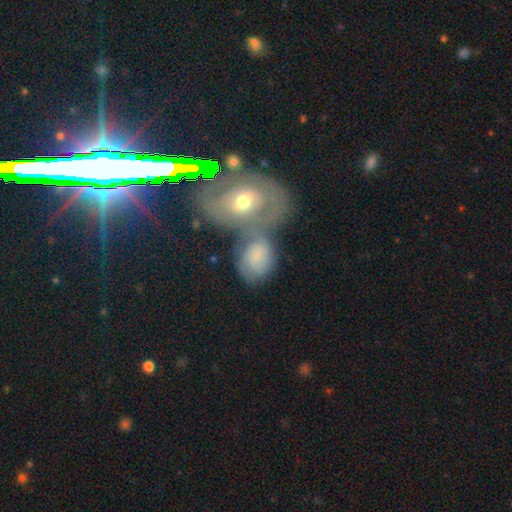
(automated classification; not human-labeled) Smooth or featured: smooth — 50% (featured or disk — 37%)
Merging: merger — 45% (none — 31%)